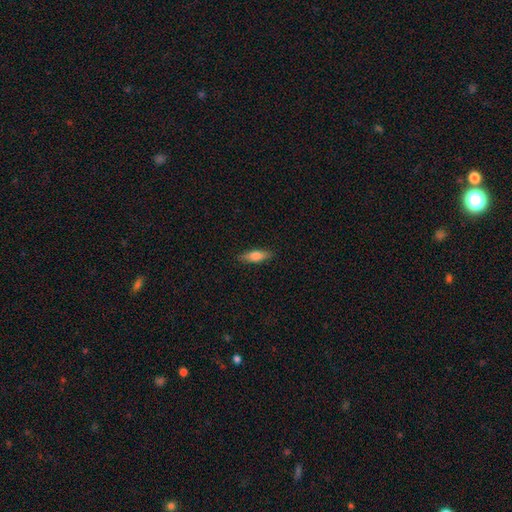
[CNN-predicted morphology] Smooth or featured? smooth (73%)
How rounded? in between (52%)
Merging? none (87%)